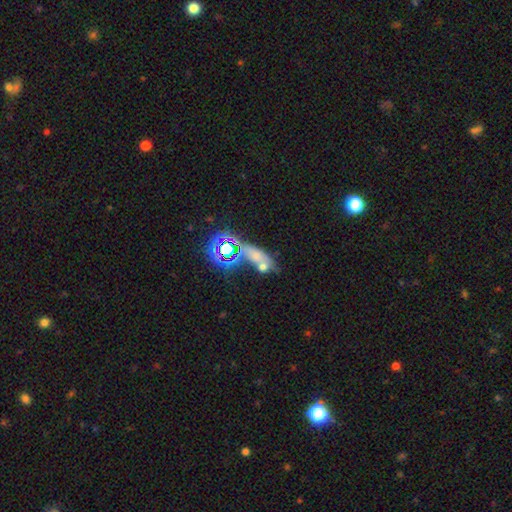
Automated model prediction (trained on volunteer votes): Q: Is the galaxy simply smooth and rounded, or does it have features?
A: smooth — 52%.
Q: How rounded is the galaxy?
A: in between — 59%.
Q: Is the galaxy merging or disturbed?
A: none — 38%.